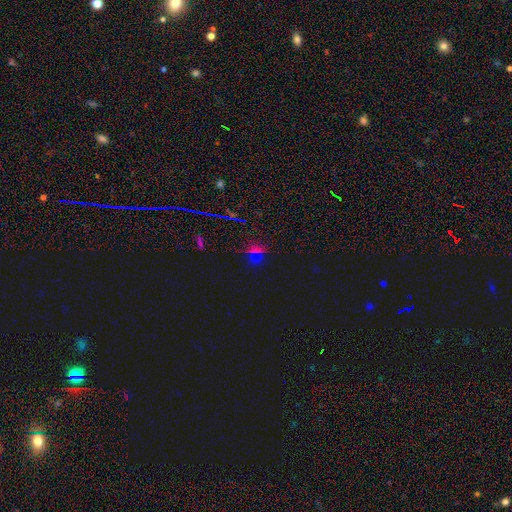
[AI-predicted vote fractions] Smooth or featured?
  - star or artifact: 63% *
  - smooth: 29%
  - featured or disk: 8%